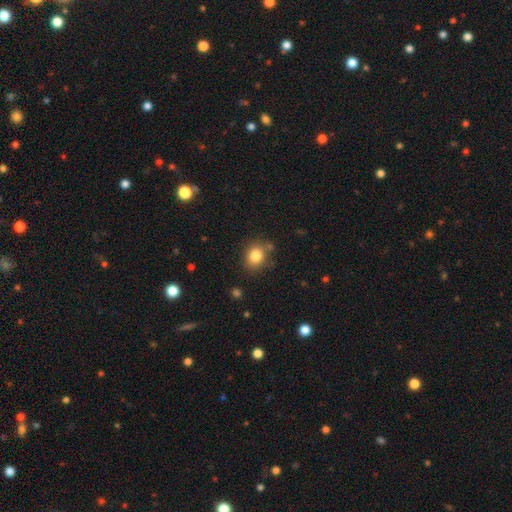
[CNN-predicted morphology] type=smooth (82%); roundness=round (67%); merging=none (79%).